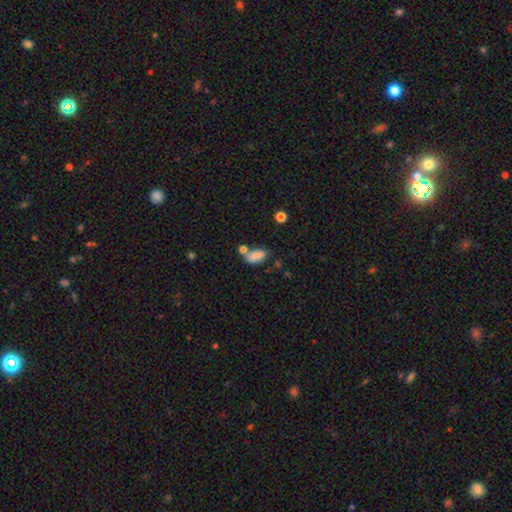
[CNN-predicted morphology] Overall: smooth (83%). How rounded: in between (88%). Merging: none (48%; merger 27%).